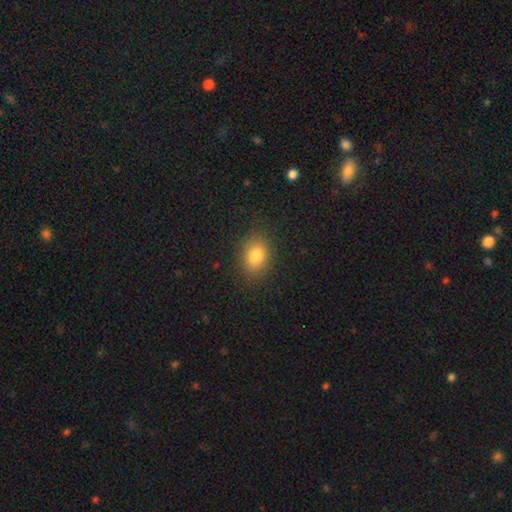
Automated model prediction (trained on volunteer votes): Smooth or featured: smooth — 82% (star or artifact — 10%)
How rounded: in between — 69% (round — 29%)
Merging: none — 85% (minor disturbance — 10%)